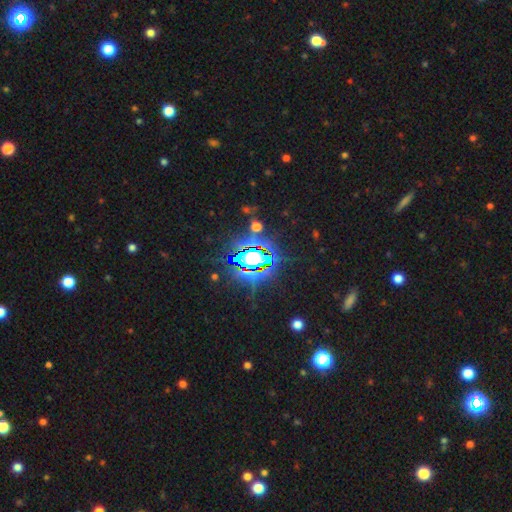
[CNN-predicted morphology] This is likely a star or artifact rather than a galaxy (77%).